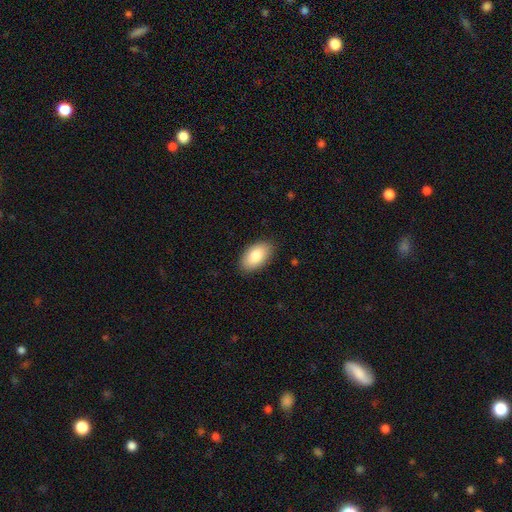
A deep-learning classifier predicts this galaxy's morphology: type=smooth (85%); roundness=in between (95%); merging=none (86%).